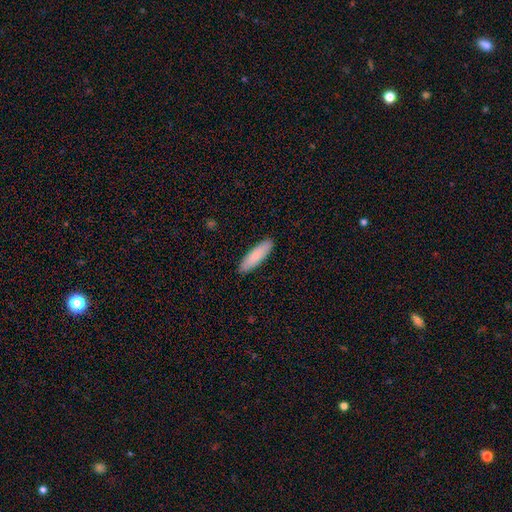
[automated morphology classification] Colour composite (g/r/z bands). It shows a smooth galaxy with no disk features (87%) that is cigar-shaped (64%). Merging: none (91%).